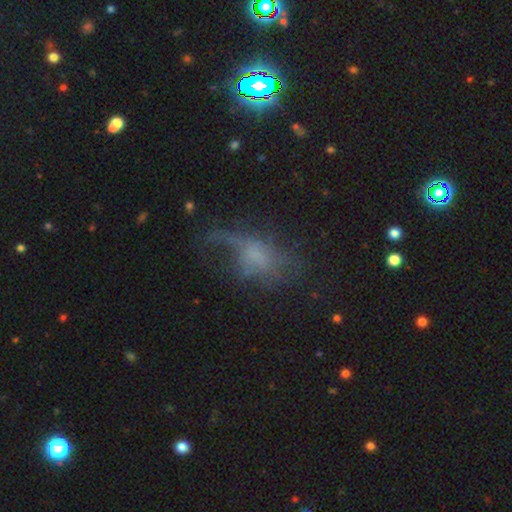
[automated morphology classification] This is marginally a smooth galaxy (42%). Merging: possibly major disturbance (48%).